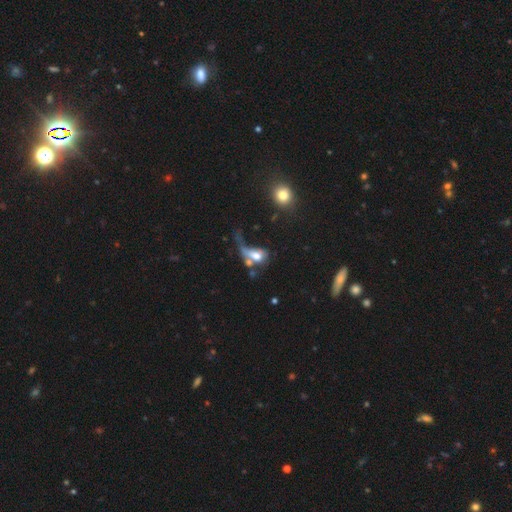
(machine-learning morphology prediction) Smooth or featured?
  - smooth: 55% *
  - featured or disk: 33%
  - star or artifact: 12%
How rounded?
  - in between: 69% *
  - round: 25%
  - cigar-shaped: 6%
Merging?
  - major disturbance: 44% *
  - merger: 27%
  - none: 17%
  - minor disturbance: 12%